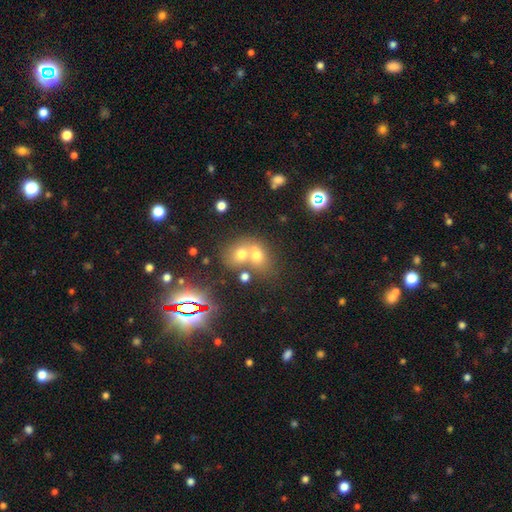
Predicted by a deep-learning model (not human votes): Q: Smooth or featured?
A: smooth (58%); runner-up: star or artifact (22%)
Q: How rounded?
A: round (50%); runner-up: in between (49%)
Q: Merging?
A: merger (62%); runner-up: none (27%)